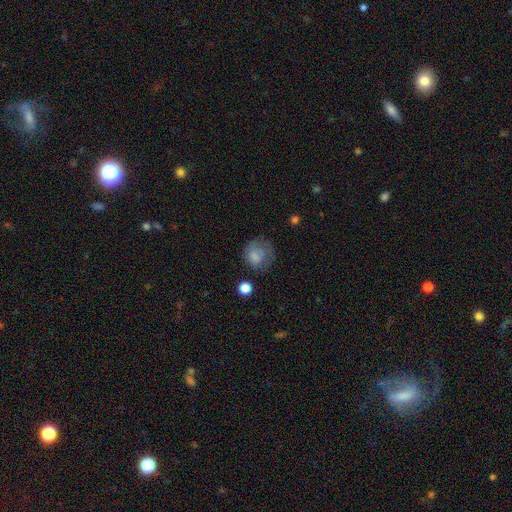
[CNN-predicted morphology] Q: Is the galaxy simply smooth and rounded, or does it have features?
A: smooth — 72%.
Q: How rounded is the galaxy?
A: round — 76%.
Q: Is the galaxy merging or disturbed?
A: none — 47%.